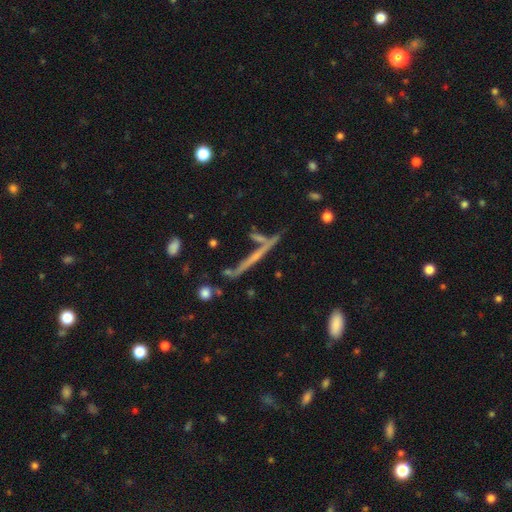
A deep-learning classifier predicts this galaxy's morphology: Overall: featured or disk (61%; smooth 27%). Edge-on disk: yes (92%). Edge-on bulge: none (70%). Merging: none (69%).